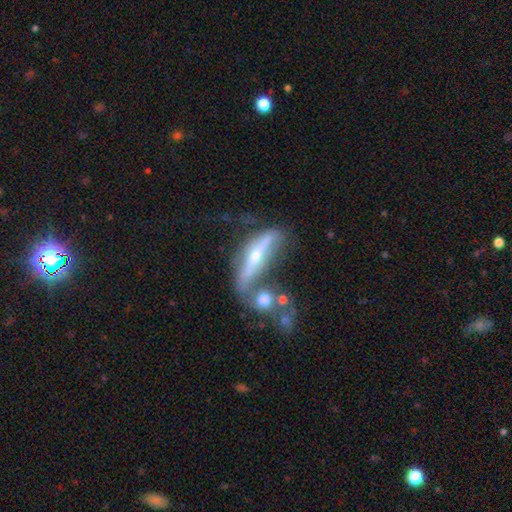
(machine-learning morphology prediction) A featured or disk galaxy (72%) viewed edge-on (72%) with a rounded central bulge (90%). Merging: merger (34%, tied with none).